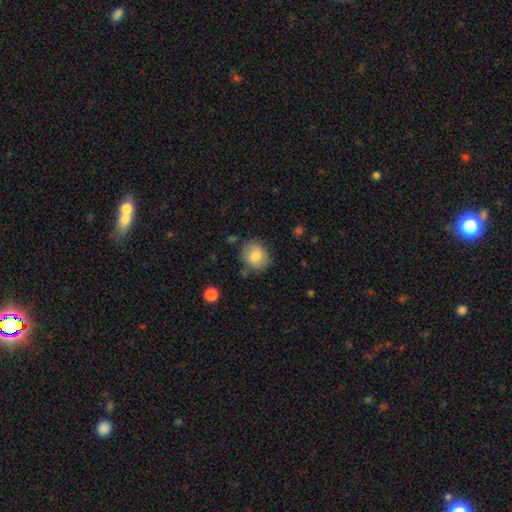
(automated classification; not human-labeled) Q: Smooth or featured?
A: smooth (80%); runner-up: featured or disk (12%)
Q: How rounded?
A: round (76%); runner-up: in between (23%)
Q: Merging?
A: none (77%); runner-up: minor disturbance (16%)